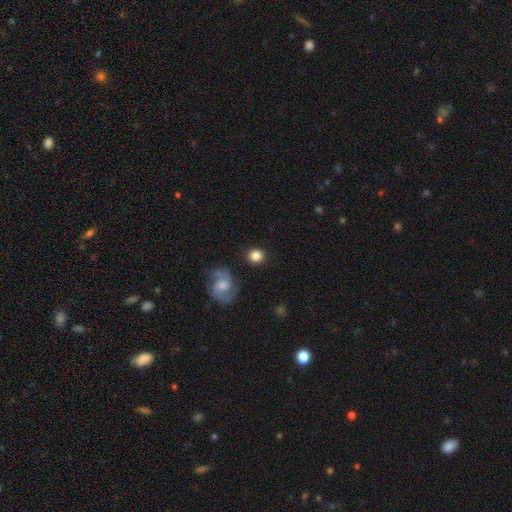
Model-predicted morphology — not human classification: smooth_or_featured: smooth (p=0.83) [alt: featured or disk p=0.10]
how_rounded: round (p=0.85) [alt: in between p=0.14]
merging: none (p=0.85) [alt: minor disturbance p=0.08]